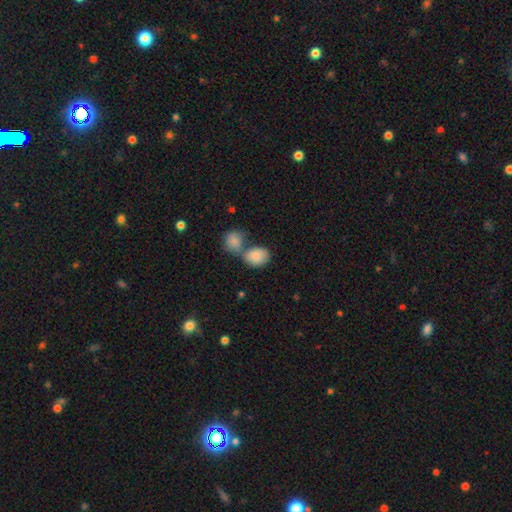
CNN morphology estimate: A smooth galaxy with no disk features (86%) that is in between round and cigar-shaped (59%).

Vote fractions:
- Smooth or featured? smooth: 86% / featured or disk: 8% / star or artifact: 6%
- How rounded? in between: 59% / round: 40% / cigar-shaped: 1%
- Merging? merger: 57% / none: 29% / minor disturbance: 9% / major disturbance: 4%